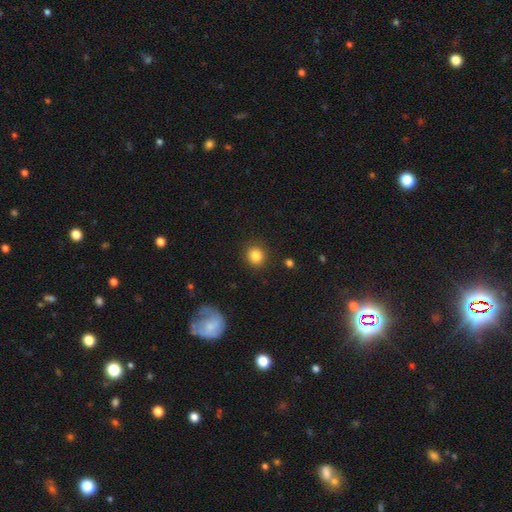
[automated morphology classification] smooth_or_featured: smooth (p=0.85) [alt: star or artifact p=0.10]
how_rounded: round (p=0.87) [alt: in between p=0.12]
merging: none (p=0.89) [alt: minor disturbance p=0.07]